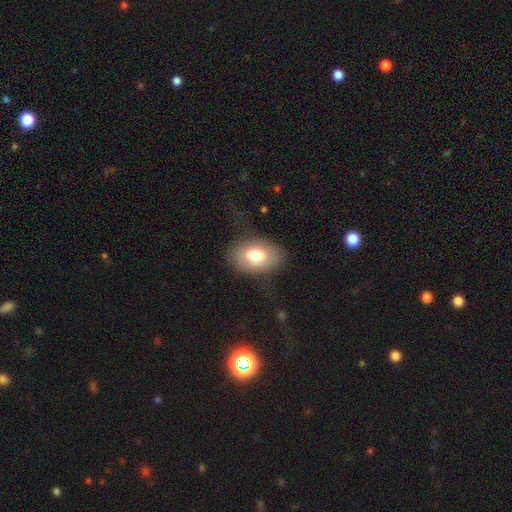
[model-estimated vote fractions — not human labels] smooth 73%, featured or disk 19%, star or artifact 8%. Down the decision tree: how rounded — in between (83%); merging — none (75%).